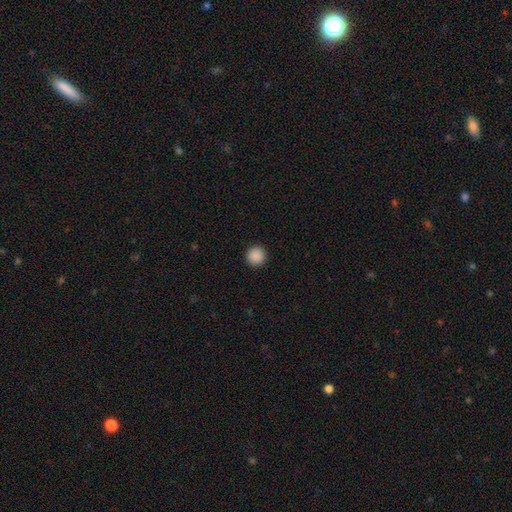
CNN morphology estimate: Q: Smooth or featured?
A: smooth (89%); runner-up: star or artifact (9%)
Q: How rounded?
A: round (96%); runner-up: in between (4%)
Q: Merging?
A: none (93%); runner-up: minor disturbance (4%)